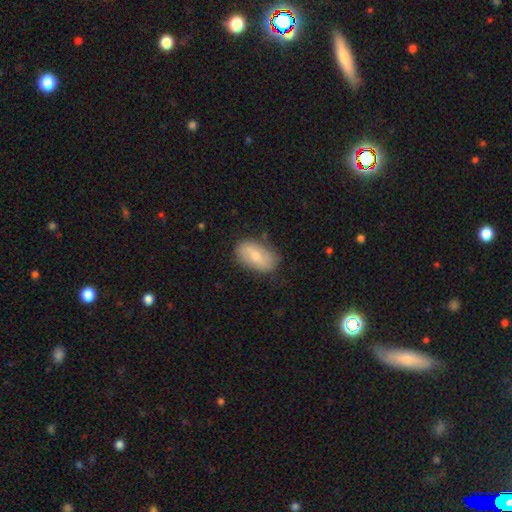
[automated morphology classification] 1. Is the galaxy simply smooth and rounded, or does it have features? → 62% smooth, 32% featured or disk, 6% star or artifact.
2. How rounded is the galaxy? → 92% in between, 6% round, 2% cigar-shaped.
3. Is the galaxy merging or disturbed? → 78% none, 17% minor disturbance, 4% major disturbance, 1% merger.